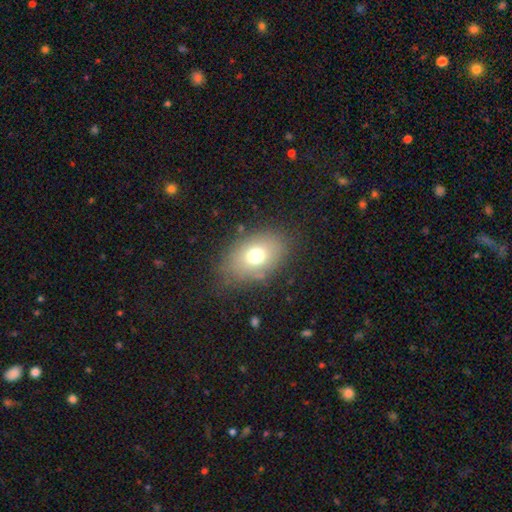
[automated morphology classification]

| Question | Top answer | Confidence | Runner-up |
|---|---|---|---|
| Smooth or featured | smooth | 71% | featured or disk (17%) |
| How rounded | in between | 79% | round (20%) |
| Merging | none | 77% | minor disturbance (14%) |